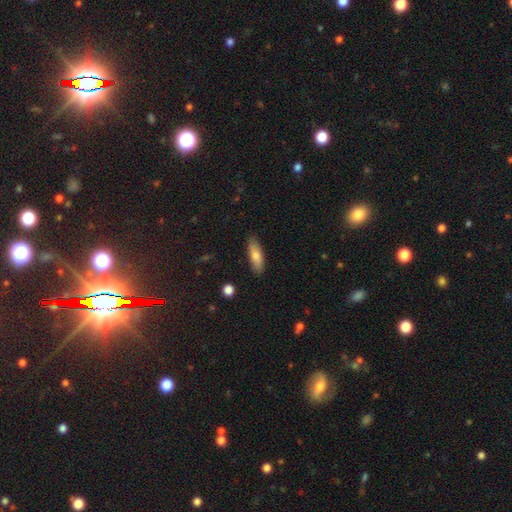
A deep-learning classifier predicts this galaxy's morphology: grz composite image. It shows a smooth galaxy with no disk features (75%) that is in between round and cigar-shaped (52%). Merging: none (86%).